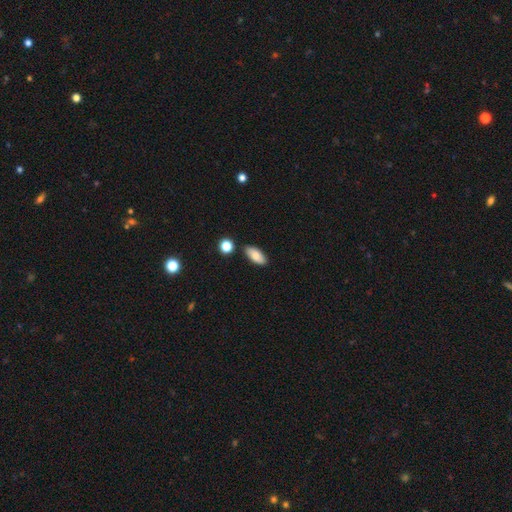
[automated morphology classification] Smooth or featured? Predicted: smooth (p=0.83). How rounded? Predicted: in between (p=0.87). Merging? Predicted: none (p=0.84).